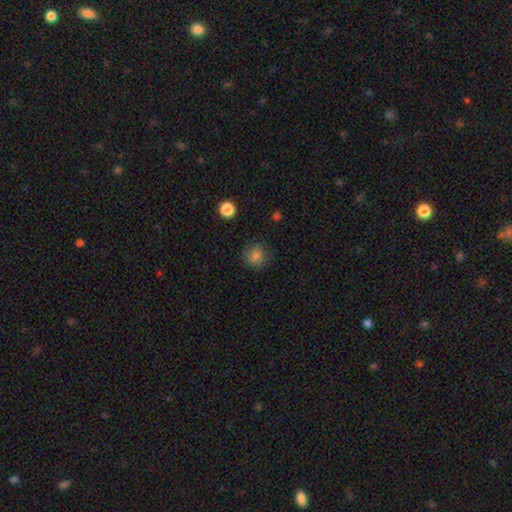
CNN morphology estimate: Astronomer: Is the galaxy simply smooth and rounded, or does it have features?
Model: smooth — 84%.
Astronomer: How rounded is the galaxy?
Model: round — 90%.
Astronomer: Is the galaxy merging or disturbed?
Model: none — 85%.